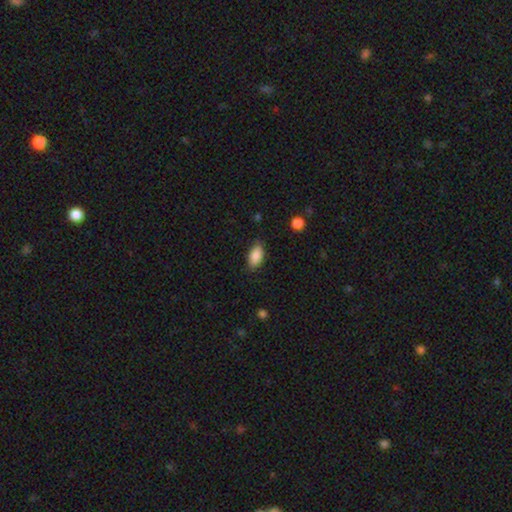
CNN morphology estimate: A smooth galaxy with no disk features (87%) that is in between round and cigar-shaped (91%). Merging: none (82%).